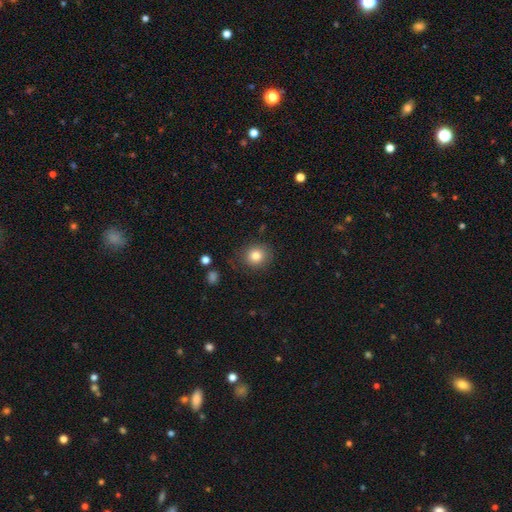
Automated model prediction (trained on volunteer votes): smooth-or-featured: smooth: 83% | star or artifact: 10% | featured or disk: 7%
  how-rounded: round: 83% | in between: 16% | cigar-shaped: 1%
  merging: none: 83% | minor disturbance: 12% | major disturbance: 4% | merger: 2%